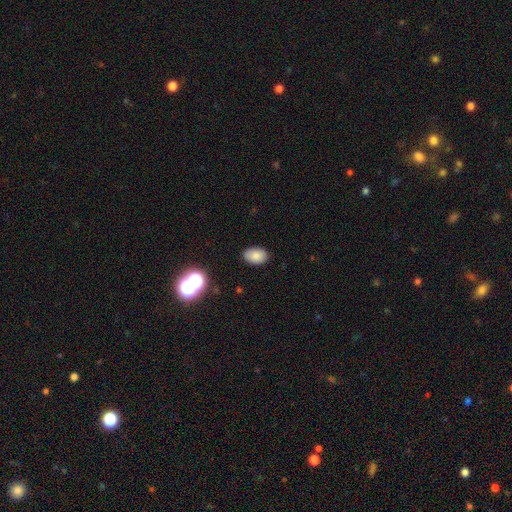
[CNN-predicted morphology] Overall: smooth (82%). How rounded: in between (87%). Merging: none (85%).